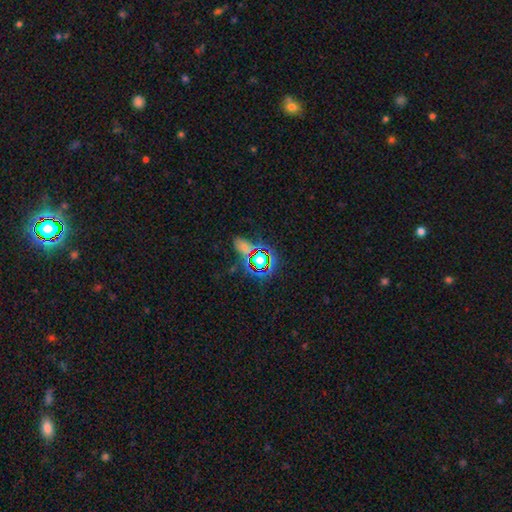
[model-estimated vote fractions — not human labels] smooth_or_featured: star or artifact (p=0.67) [alt: smooth p=0.19]